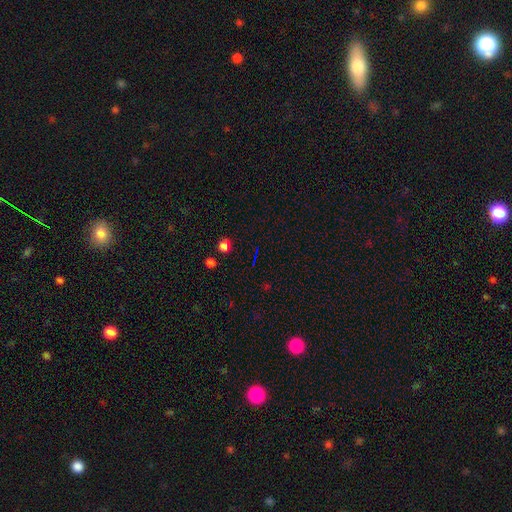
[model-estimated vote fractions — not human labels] The model was most divided on "smooth or featured": star or artifact: 60%, smooth: 31%, featured or disk: 9%.